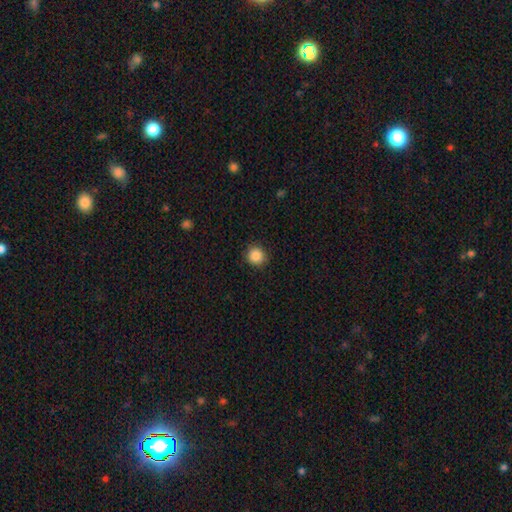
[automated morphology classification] This is clearly a smooth galaxy (87%). How rounded: clearly round (93%). Merging: clearly none (91%).